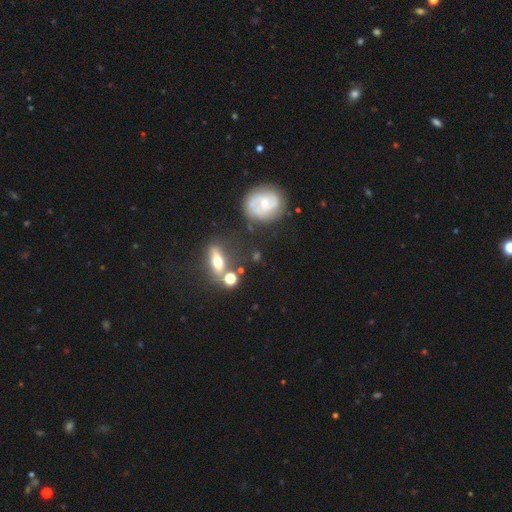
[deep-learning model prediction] smooth_or_featured: featured or disk (p=0.47) [alt: smooth p=0.34]
merging: none (p=0.65) [alt: minor disturbance p=0.15]